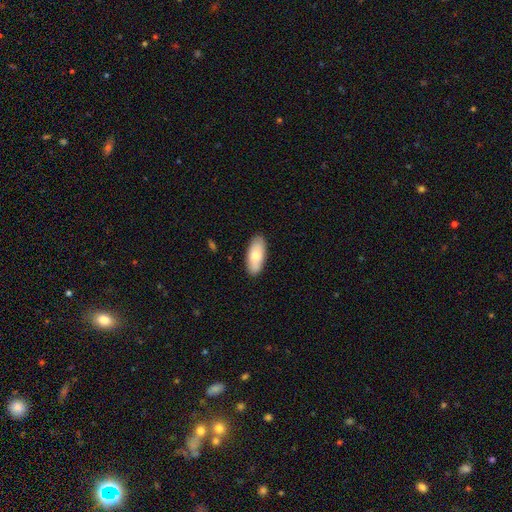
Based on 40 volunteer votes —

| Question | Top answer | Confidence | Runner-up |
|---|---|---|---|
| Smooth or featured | smooth | 78% | featured or disk (15%) |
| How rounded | in between | 94% | cigar-shaped (6%) |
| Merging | none | 92% | minor disturbance (8%) |